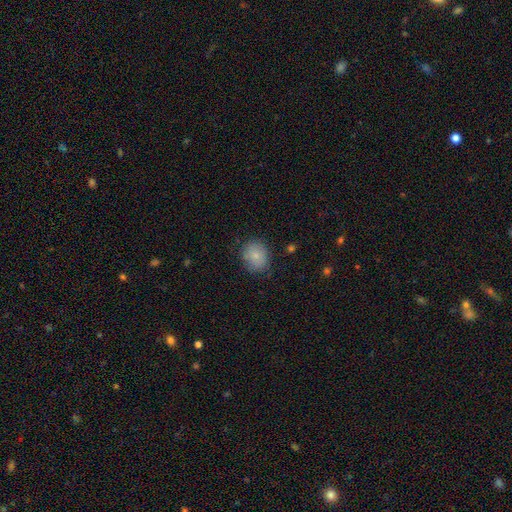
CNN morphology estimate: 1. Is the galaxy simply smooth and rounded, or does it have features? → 82% smooth, 9% featured or disk, 9% star or artifact.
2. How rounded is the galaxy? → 66% round, 33% in between, 1% cigar-shaped.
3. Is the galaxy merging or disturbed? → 78% none, 16% minor disturbance, 4% major disturbance, 2% merger.